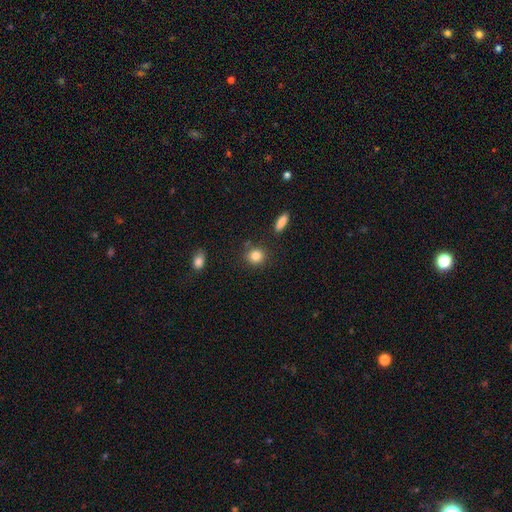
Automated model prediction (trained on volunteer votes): This appears to be a smooth galaxy with no disk features (85%) that is round (83%). Merging: none (82%).